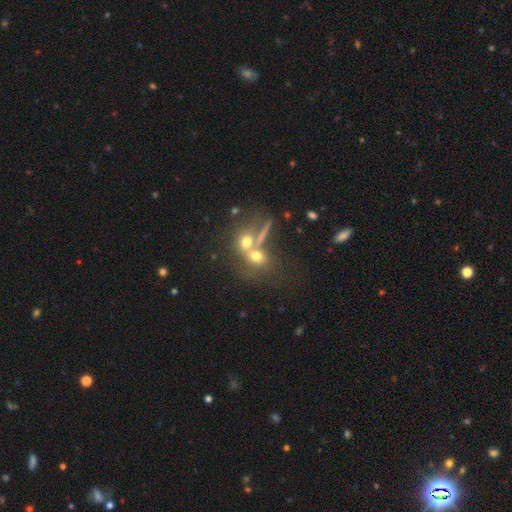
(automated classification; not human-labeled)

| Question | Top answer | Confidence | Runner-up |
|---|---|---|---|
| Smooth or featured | smooth | 60% | featured or disk (25%) |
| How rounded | round | 64% | in between (32%) |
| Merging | merger | 54% | none (31%) |